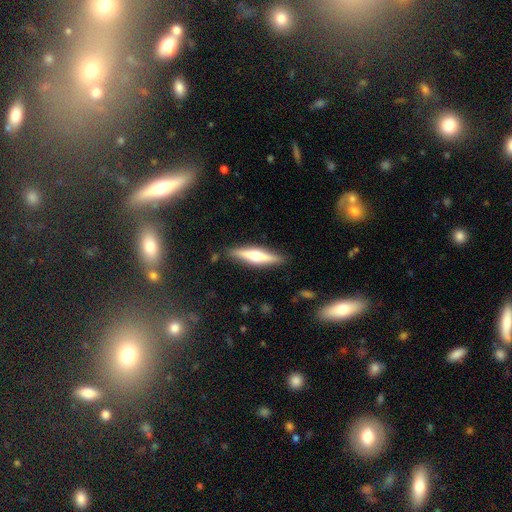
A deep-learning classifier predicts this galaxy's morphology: smooth_or_featured: featured or disk (p=0.57) [alt: smooth p=0.38]
disk_edge_on: yes (p=0.96) [alt: no p=0.04]
edge_on_bulge: rounded (p=0.89) [alt: boxy p=0.06]
merging: none (p=0.88) [alt: minor disturbance p=0.09]